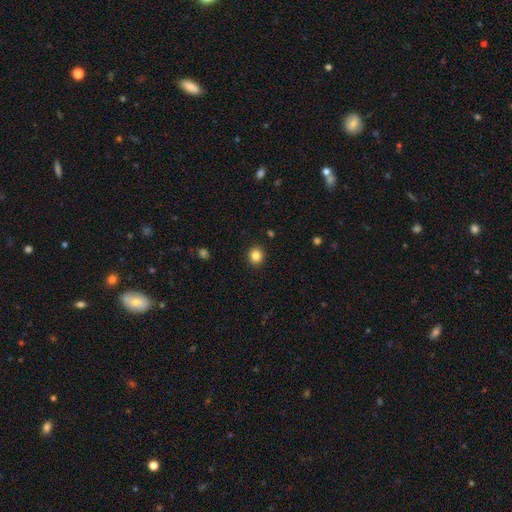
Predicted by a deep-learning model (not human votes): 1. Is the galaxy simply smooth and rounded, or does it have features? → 84% smooth, 11% star or artifact, 5% featured or disk.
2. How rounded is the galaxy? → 85% round, 14% in between, 1% cigar-shaped.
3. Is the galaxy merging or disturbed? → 92% none, 6% minor disturbance, 2% major disturbance, 1% merger.